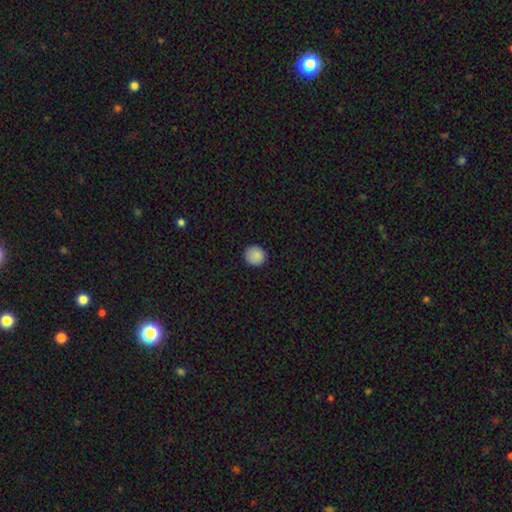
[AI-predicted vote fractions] A smooth galaxy with no disk features (88%) that is round (91%). Merging: none (89%).